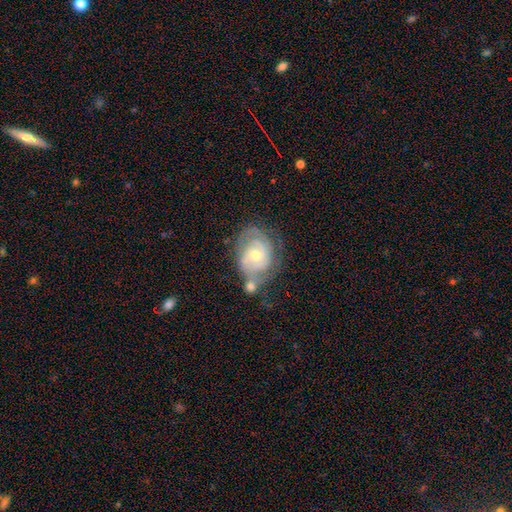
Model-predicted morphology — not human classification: This is clearly a featured or disk galaxy (82%). It is clearly not viewed edge-on (97%). Bar: likely no (68%). Spiral arm pattern: clearly yes (93%). Spiral arm count: marginally 2 (44%). Spiral winding: likely tight (65%). Central bulge: possibly small (49%). Merging: possibly none (51%).